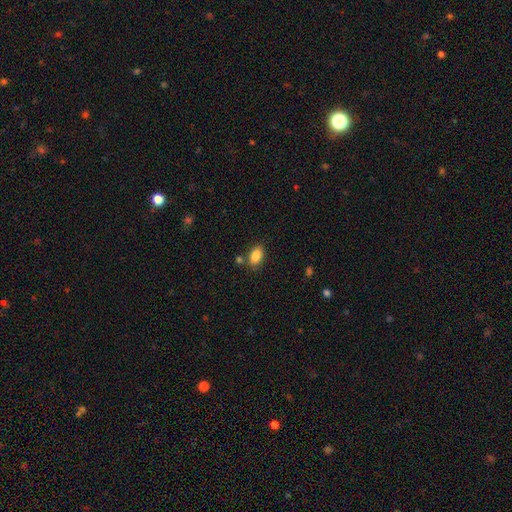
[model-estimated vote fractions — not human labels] Smooth or featured?
  - smooth: 87% *
  - star or artifact: 8%
  - featured or disk: 5%
How rounded?
  - in between: 90% *
  - round: 8%
  - cigar-shaped: 2%
Merging?
  - none: 77% *
  - minor disturbance: 13%
  - merger: 7%
  - major disturbance: 3%